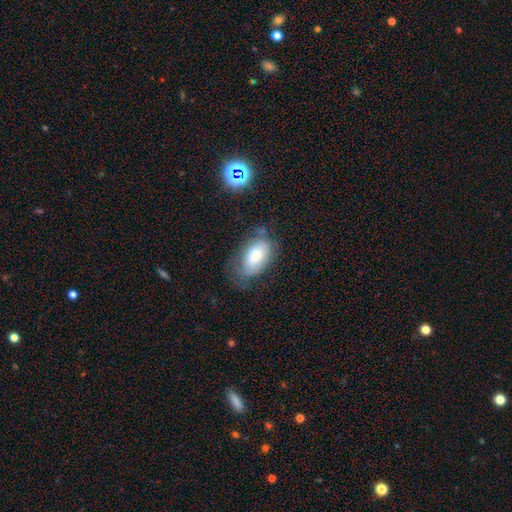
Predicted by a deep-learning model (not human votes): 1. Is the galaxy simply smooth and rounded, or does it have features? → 71% smooth, 21% featured or disk, 7% star or artifact.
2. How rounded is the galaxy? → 93% in between, 4% round, 2% cigar-shaped.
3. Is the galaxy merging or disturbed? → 52% none, 30% minor disturbance, 15% major disturbance, 3% merger.